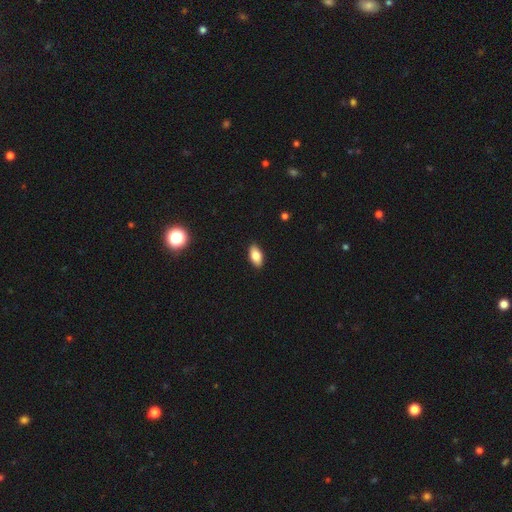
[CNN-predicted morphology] Q: Smooth or featured?
A: smooth (82%); runner-up: featured or disk (10%)
Q: How rounded?
A: in between (92%); runner-up: cigar-shaped (4%)
Q: Merging?
A: none (90%); runner-up: minor disturbance (8%)